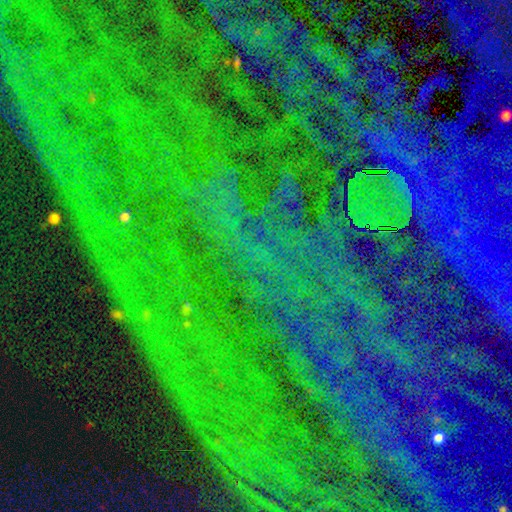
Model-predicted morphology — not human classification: Smooth or featured?
  - star or artifact: 85% *
  - featured or disk: 8%
  - smooth: 7%